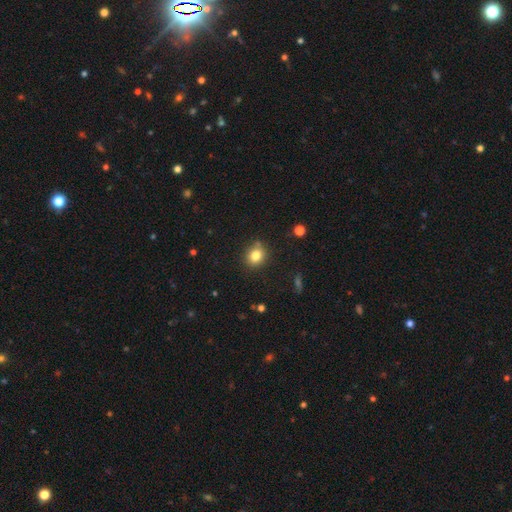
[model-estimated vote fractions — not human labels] This is clearly a smooth galaxy (81%). How rounded: likely round (69%). Merging: likely none (78%).